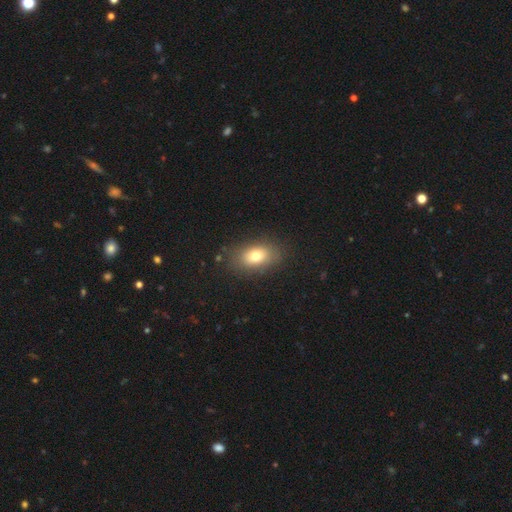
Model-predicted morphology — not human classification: Smooth or featured?
  - smooth: 75% *
  - featured or disk: 14%
  - star or artifact: 11%
How rounded?
  - in between: 81% *
  - round: 17%
  - cigar-shaped: 2%
Merging?
  - none: 84% *
  - minor disturbance: 11%
  - major disturbance: 4%
  - merger: 1%